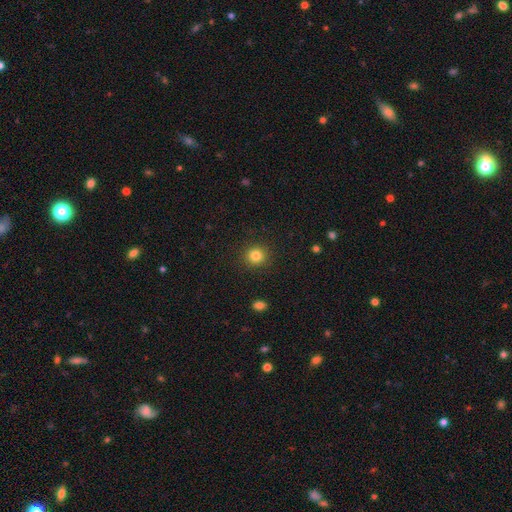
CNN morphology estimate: Overall: smooth (83%). How rounded: round (91%). Merging: none (91%).